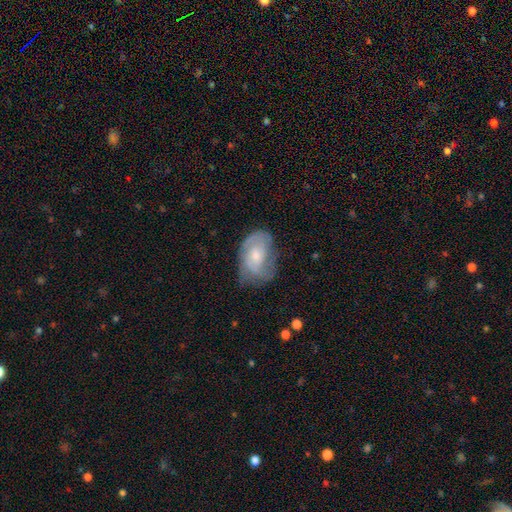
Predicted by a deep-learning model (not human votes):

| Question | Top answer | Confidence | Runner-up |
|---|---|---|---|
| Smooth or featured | featured or disk | 67% | smooth (27%) |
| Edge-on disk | no | 96% | yes (4%) |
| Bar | no | 60% | weak (35%) |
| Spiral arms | yes | 86% | no (14%) |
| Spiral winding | tight | 46% | medium (40%) |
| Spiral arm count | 2 | 45% | can't tell (32%) |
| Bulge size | small | 45% | moderate (44%) |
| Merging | none | 55% | minor disturbance (29%) |